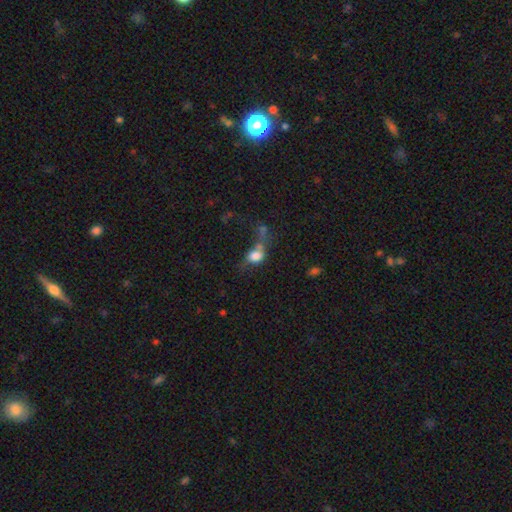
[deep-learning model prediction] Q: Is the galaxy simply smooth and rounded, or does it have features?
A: smooth — 73%.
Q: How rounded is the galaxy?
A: in between — 56%.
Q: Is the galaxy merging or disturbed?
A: merger — 40%.